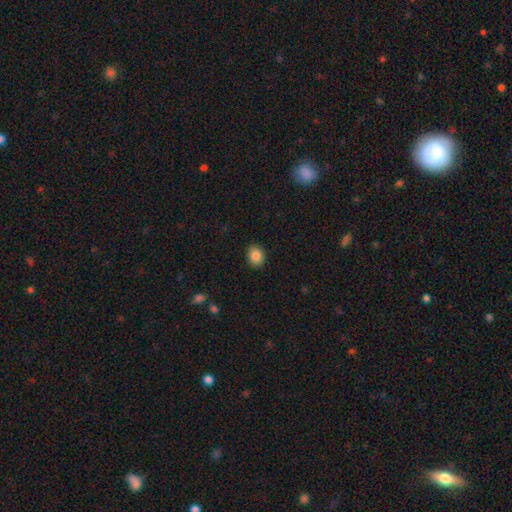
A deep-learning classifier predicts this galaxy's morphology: Q: Smooth or featured?
A: smooth (86%); runner-up: star or artifact (9%)
Q: How rounded?
A: in between (52%); runner-up: round (47%)
Q: Merging?
A: none (89%); runner-up: minor disturbance (8%)